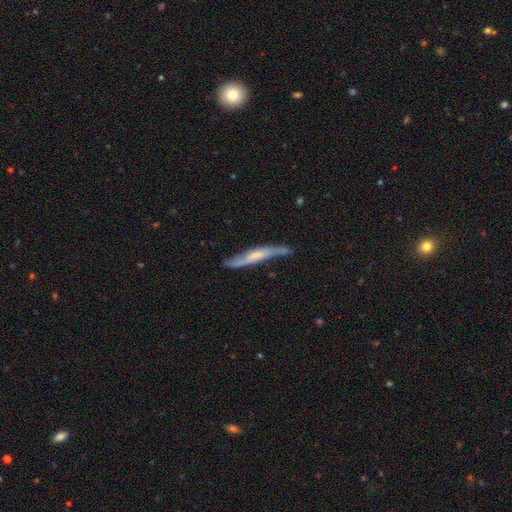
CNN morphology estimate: smooth-or-featured: featured or disk: 64% | smooth: 30% | star or artifact: 6%
  disk-edge-on: yes: 64% | no: 36%
  merging: none: 62% | minor disturbance: 26% | major disturbance: 8% | merger: 4%